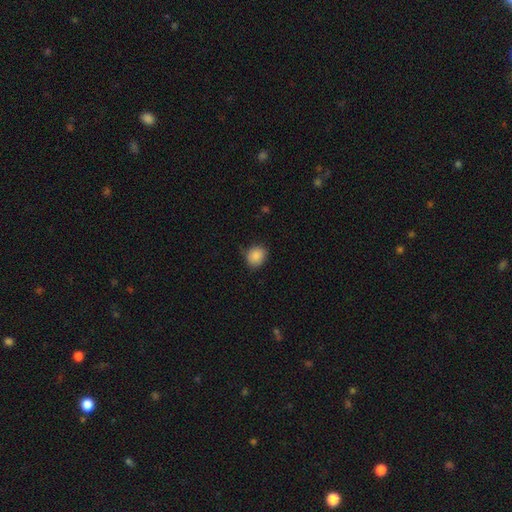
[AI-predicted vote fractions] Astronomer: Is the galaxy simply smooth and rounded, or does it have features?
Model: smooth — 87%.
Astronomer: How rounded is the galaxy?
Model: round — 72%.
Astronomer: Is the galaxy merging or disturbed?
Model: none — 76%.